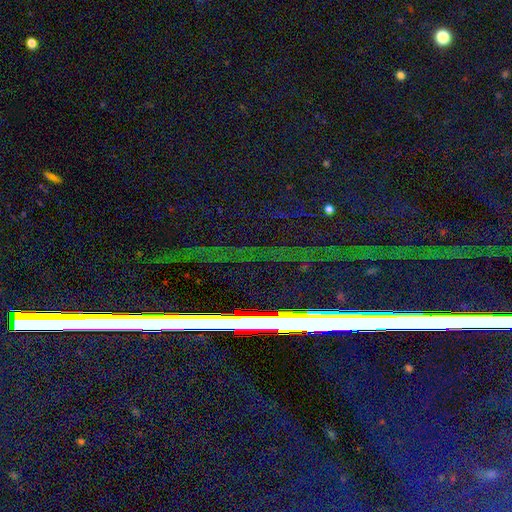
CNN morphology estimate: star or artifact 74%, featured or disk 14%, smooth 12%.